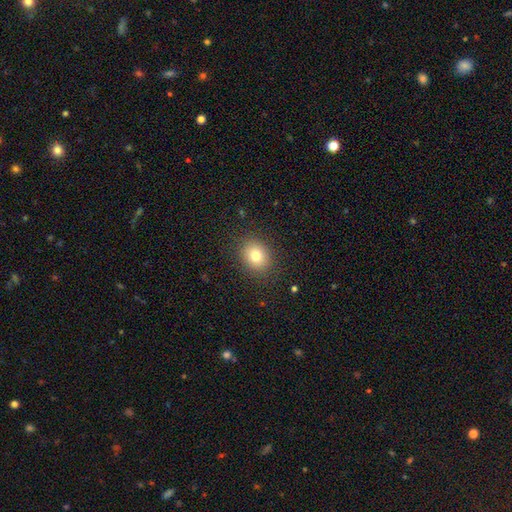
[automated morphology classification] smooth_or_featured: smooth (p=0.77) [alt: star or artifact p=0.12]
how_rounded: round (p=0.59) [alt: in between p=0.40]
merging: none (p=0.87) [alt: minor disturbance p=0.08]